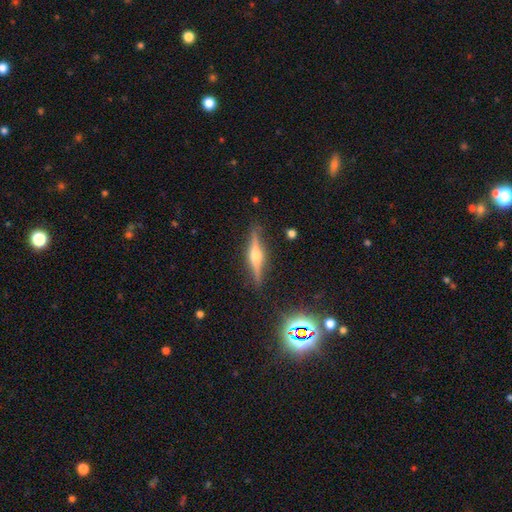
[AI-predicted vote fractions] Smooth or featured: featured or disk — 74% (smooth — 18%)
Edge-on disk: yes — 97% (no — 3%)
Edge-on bulge: rounded — 91% (boxy — 7%)
Merging: none — 88% (minor disturbance — 8%)